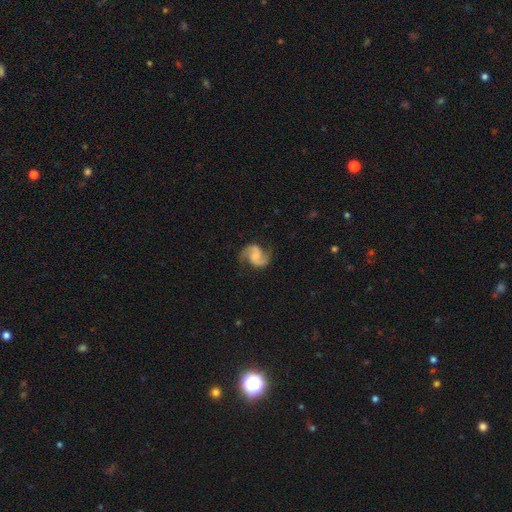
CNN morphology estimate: Smooth or featured: featured or disk — 86% (smooth — 8%)
Edge-on disk: no — 98% (yes — 2%)
Bar: no — 50% (weak — 40%)
Spiral arms: yes — 97% (no — 3%)
Spiral winding: medium — 51% (loose — 36%)
Spiral arm count: 2 — 93% (can't tell — 2%)
Bulge size: small — 42% (moderate — 31%)
Merging: none — 79% (minor disturbance — 14%)